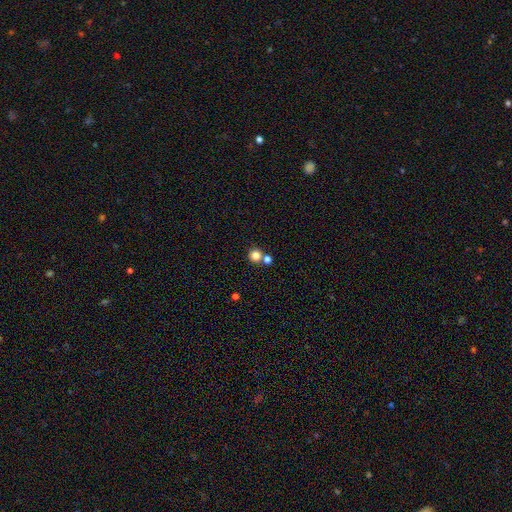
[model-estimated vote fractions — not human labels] smooth 81%, star or artifact 13%, featured or disk 6%. Down the decision tree: how rounded — round (93%); merging — none (65%).